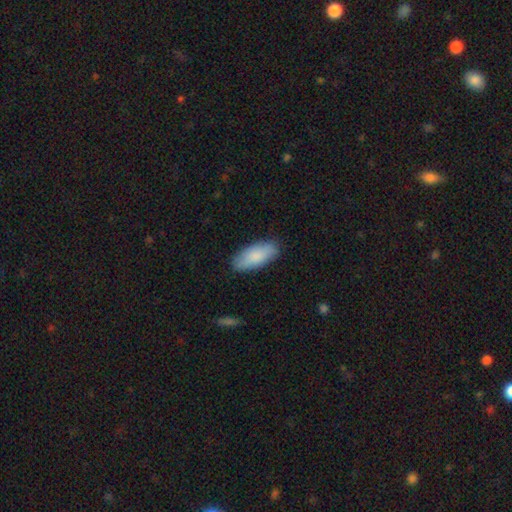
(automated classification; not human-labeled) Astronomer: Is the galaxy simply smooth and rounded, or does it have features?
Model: smooth — 85%.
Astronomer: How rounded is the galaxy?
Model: in between — 82%.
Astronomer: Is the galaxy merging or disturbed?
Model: none — 86%.